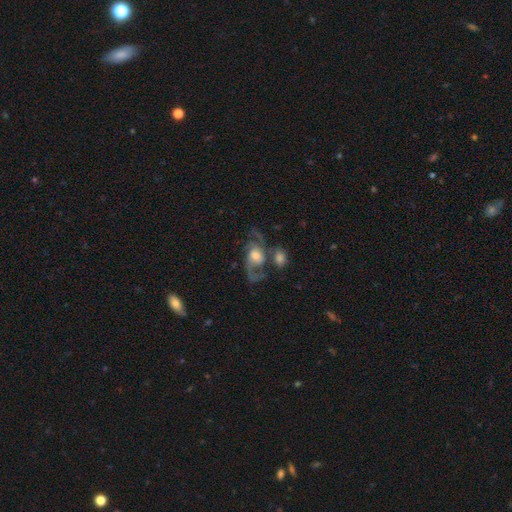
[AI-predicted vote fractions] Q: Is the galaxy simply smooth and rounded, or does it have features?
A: featured or disk — 76%.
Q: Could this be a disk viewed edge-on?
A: no — 96%.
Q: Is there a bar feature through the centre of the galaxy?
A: no — 63%.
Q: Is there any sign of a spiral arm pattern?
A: yes — 91%.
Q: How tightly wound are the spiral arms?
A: loose — 45%.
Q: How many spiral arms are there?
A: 2 — 75%.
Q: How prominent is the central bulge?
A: moderate — 58%.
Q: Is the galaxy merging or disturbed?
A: none — 39%.